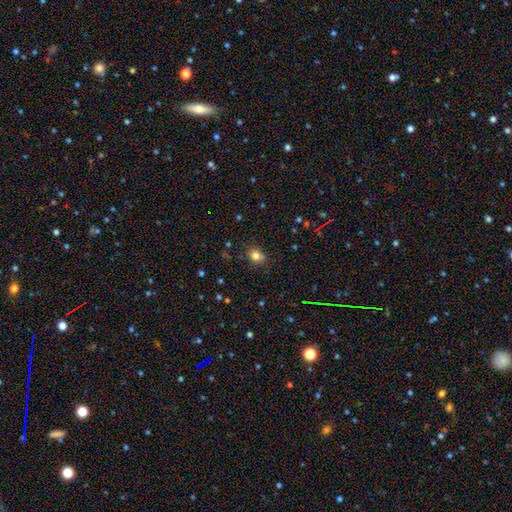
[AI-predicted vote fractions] smooth_or_featured: smooth (p=0.81) [alt: star or artifact p=0.13]
how_rounded: round (p=0.54) [alt: in between p=0.45]
merging: none (p=0.81) [alt: minor disturbance p=0.14]